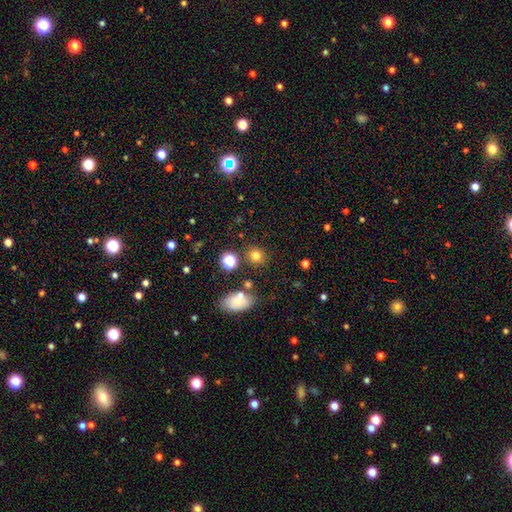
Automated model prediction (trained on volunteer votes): smooth 77%, star or artifact 16%, featured or disk 7%. Down the decision tree: how rounded — round (81%); merging — none (81%).